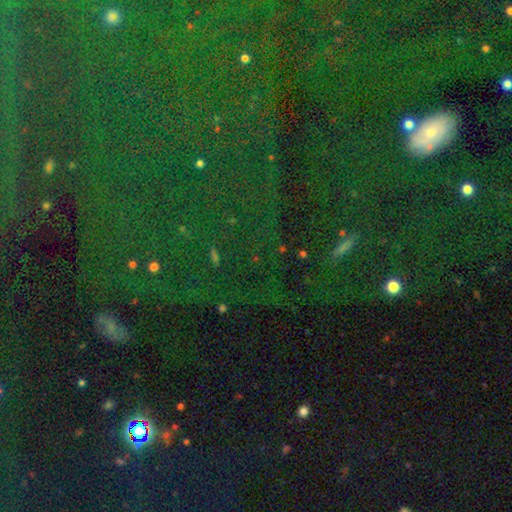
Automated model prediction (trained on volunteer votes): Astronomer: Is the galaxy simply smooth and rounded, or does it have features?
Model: star or artifact — 76%.